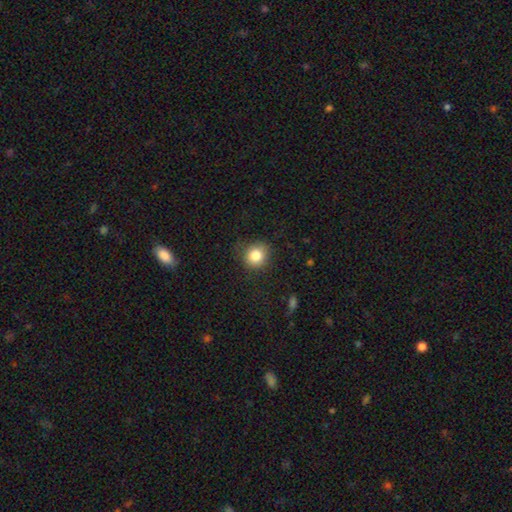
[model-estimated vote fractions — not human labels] This appears to be a smooth galaxy with no disk features (84%) that is round (85%). Merging: none (81%).